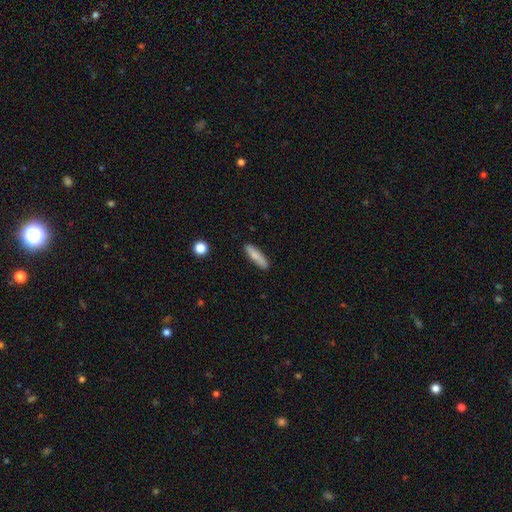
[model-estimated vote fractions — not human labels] smooth-or-featured: smooth: 81% | featured or disk: 13% | star or artifact: 7%
  how-rounded: cigar-shaped: 74% | in between: 24% | round: 2%
  merging: none: 86% | minor disturbance: 10% | major disturbance: 2% | merger: 1%